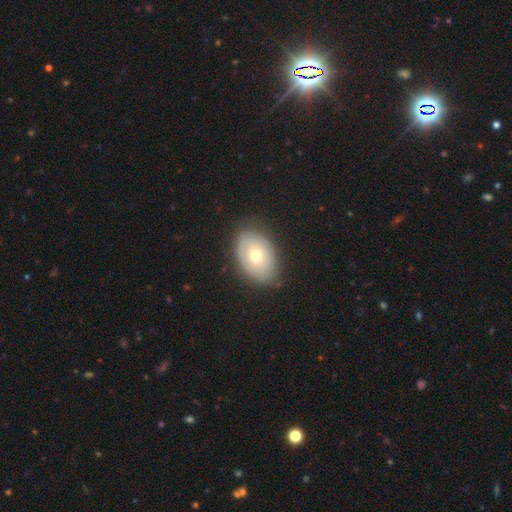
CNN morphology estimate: A smooth galaxy with no disk features (59%) that is in between round and cigar-shaped (82%). Merging: none (81%).